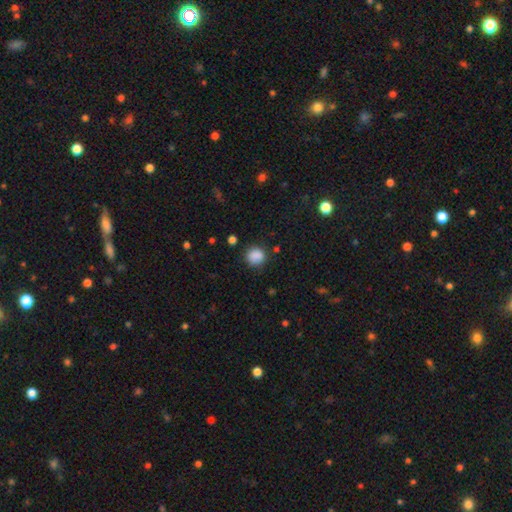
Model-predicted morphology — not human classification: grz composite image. It shows a smooth galaxy with no disk features (87%) that is round (85%). Merging: none (83%).